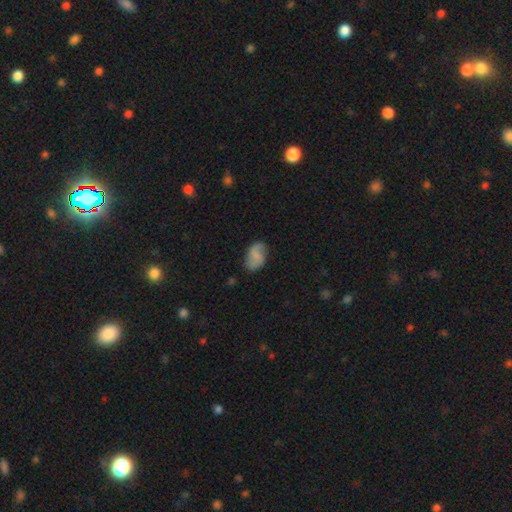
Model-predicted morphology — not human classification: Overall: smooth (58%; featured or disk 33%). How rounded: in between (89%). Merging: none (69%).